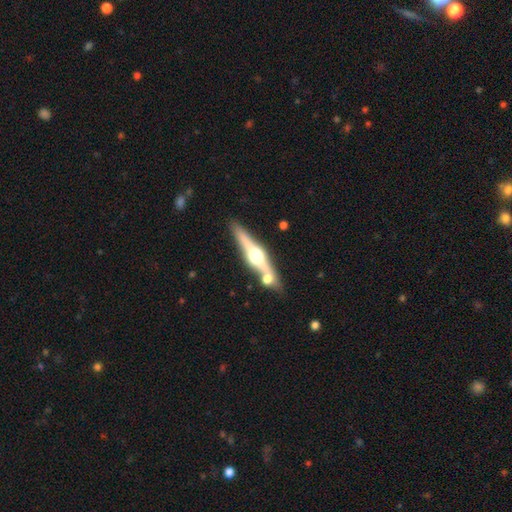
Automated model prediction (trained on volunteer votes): A featured or disk galaxy (76%) viewed edge-on (97%) with a rounded central bulge (95%). Merging: none (73%).